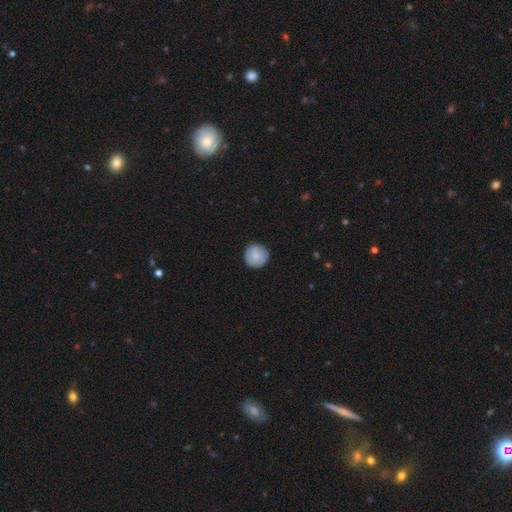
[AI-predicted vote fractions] This appears to be a smooth galaxy with no disk features (80%) that is round (95%). Merging: none (88%).